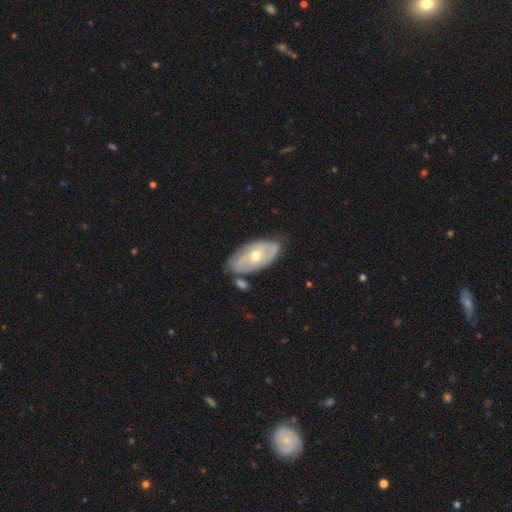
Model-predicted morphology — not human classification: A featured or disk galaxy (73%) with no bar (60%), 2 (45%) tight (57%) spiral arms (76%) and a moderate central bulge (61%). Merging: none (69%).